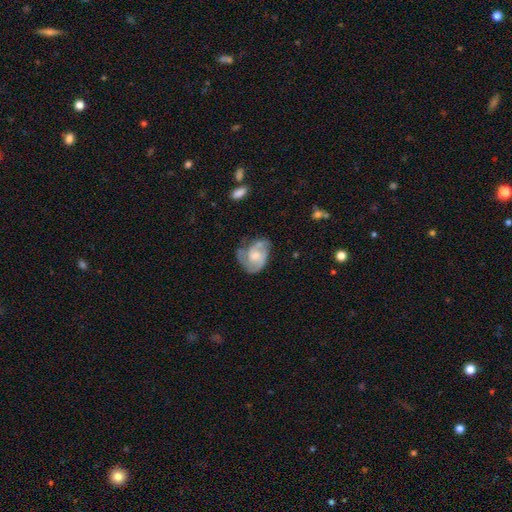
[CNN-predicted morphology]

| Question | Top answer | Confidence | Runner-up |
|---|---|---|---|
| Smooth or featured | featured or disk | 68% | smooth (26%) |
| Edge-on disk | no | 97% | yes (3%) |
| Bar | no | 69% | weak (27%) |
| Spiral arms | yes | 83% | no (17%) |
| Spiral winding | medium | 44% | tight (37%) |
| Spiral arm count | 2 | 46% | can't tell (24%) |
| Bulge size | moderate | 49% | small (30%) |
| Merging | none | 45% | minor disturbance (30%) |